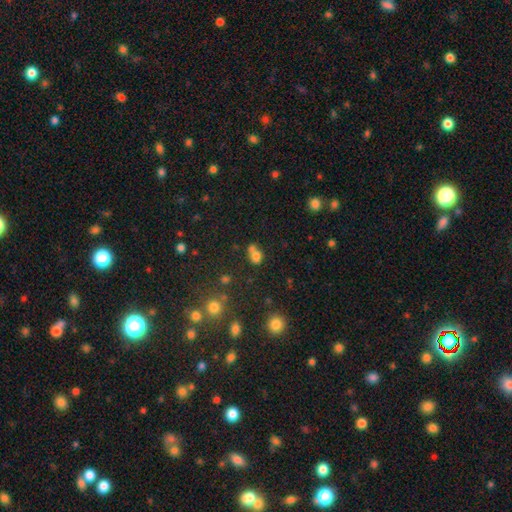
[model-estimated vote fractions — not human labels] smooth_or_featured: smooth (p=0.71) [alt: star or artifact p=0.17]
how_rounded: round (p=0.61) [alt: in between p=0.38]
merging: merger (p=0.52) [alt: none p=0.36]